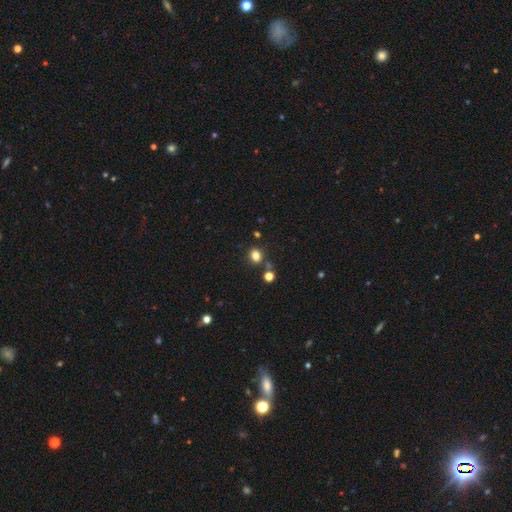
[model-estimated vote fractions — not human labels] A smooth galaxy with no disk features (80%) that is round (61%).

Vote fractions:
- Smooth or featured? smooth: 80% / star or artifact: 15% / featured or disk: 6%
- How rounded? round: 61% / in between: 38% / cigar-shaped: 1%
- Merging? none: 77% / minor disturbance: 11% / merger: 9% / major disturbance: 3%